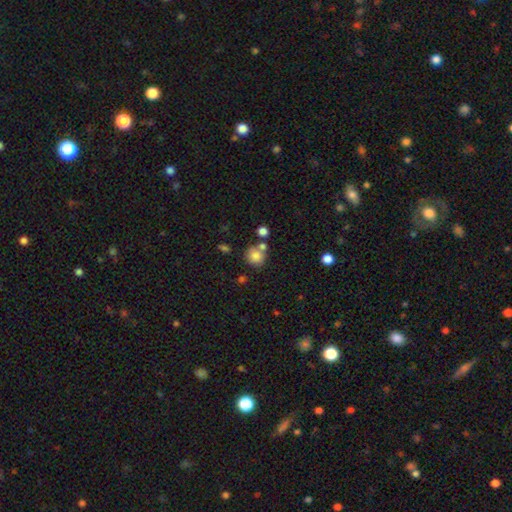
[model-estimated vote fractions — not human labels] Smooth or featured: smooth — 81% (star or artifact — 11%)
How rounded: round — 84% (in between — 15%)
Merging: none — 61% (merger — 23%)